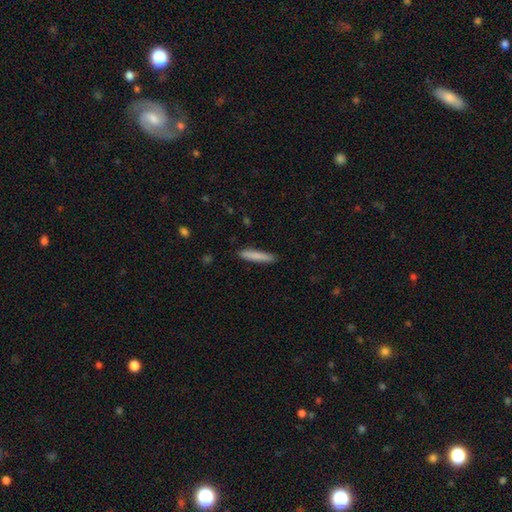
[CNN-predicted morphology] Smooth or featured? Predicted: smooth (p=0.82). How rounded? Predicted: cigar-shaped (p=0.92). Merging? Predicted: none (p=0.88).